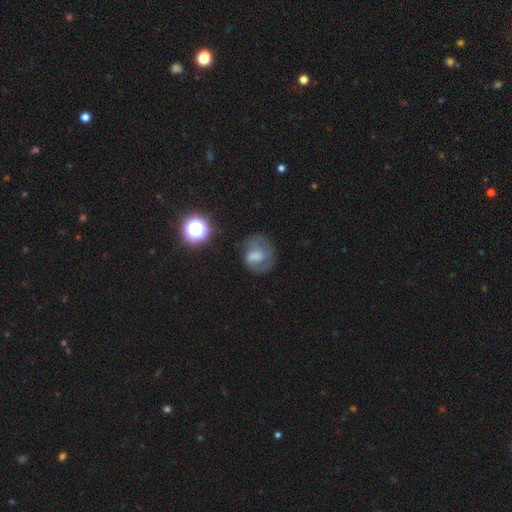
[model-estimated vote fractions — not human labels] This appears to be a smooth galaxy with no disk features (51%) that is round (59%). Merging: none (47%).